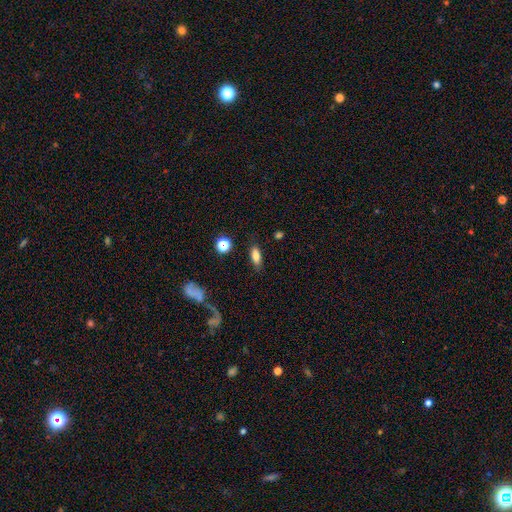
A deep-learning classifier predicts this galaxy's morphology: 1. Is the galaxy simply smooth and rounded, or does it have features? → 80% smooth, 11% featured or disk, 9% star or artifact.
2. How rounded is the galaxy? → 76% in between, 19% cigar-shaped, 5% round.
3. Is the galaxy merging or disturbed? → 80% none, 13% minor disturbance, 4% major disturbance, 3% merger.